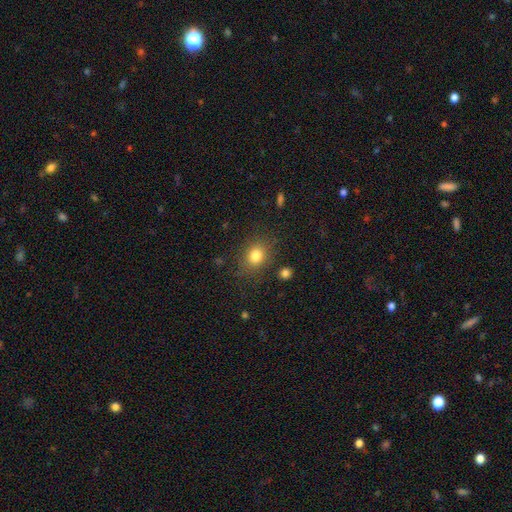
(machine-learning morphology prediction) smooth 81%, star or artifact 12%, featured or disk 7%. Down the decision tree: how rounded — round (54%); merging — none (81%).